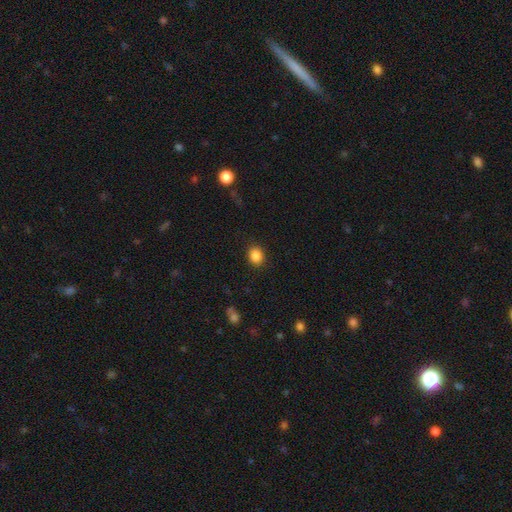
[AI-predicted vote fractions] smooth-or-featured: smooth: 87% | star or artifact: 10% | featured or disk: 4%
  how-rounded: round: 58% | in between: 41% | cigar-shaped: 1%
  merging: none: 89% | minor disturbance: 8% | major disturbance: 2% | merger: 1%